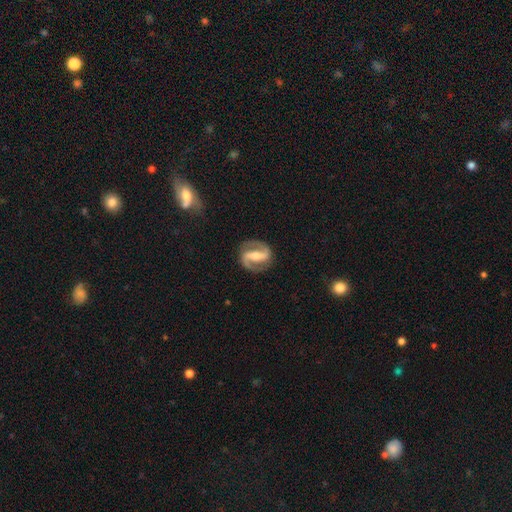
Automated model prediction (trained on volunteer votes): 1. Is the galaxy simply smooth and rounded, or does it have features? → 89% featured or disk, 7% smooth, 4% star or artifact.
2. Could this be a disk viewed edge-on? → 97% no, 3% yes.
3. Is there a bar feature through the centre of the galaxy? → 68% strong, 23% weak, 10% no.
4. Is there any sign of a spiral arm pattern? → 95% yes, 5% no.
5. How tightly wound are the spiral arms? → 54% medium, 27% tight, 19% loose.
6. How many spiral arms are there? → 93% 2, 2% can't tell, 2% 1, 1% 3, 1% 4, 1% more than 4.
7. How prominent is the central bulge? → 52% moderate, 36% small, 6% large, 5% none, 1% dominant.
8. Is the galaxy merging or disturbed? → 87% none, 9% minor disturbance, 3% major disturbance, 1% merger.